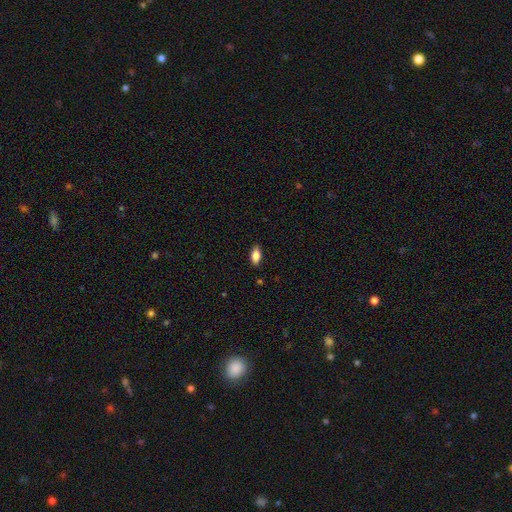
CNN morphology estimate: Q: Smooth or featured?
A: smooth (81%); runner-up: featured or disk (11%)
Q: How rounded?
A: in between (87%); runner-up: cigar-shaped (9%)
Q: Merging?
A: none (87%); runner-up: minor disturbance (10%)